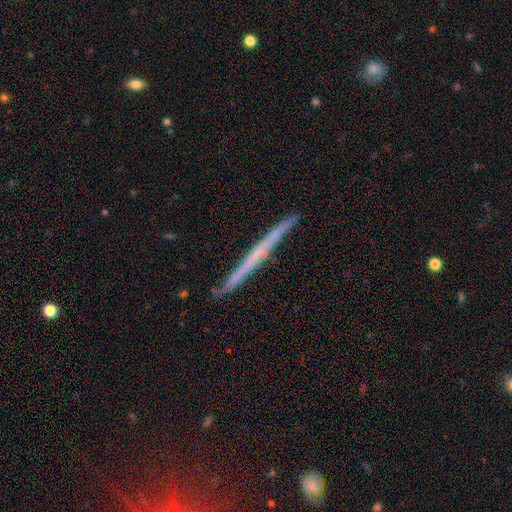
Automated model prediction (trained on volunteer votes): The model was most divided on "smooth or featured": featured or disk: 57%, smooth: 35%, star or artifact: 7%. More confident: edge-on disk — yes (97%); merging — none (90%); edge-on bulge — none (84%).